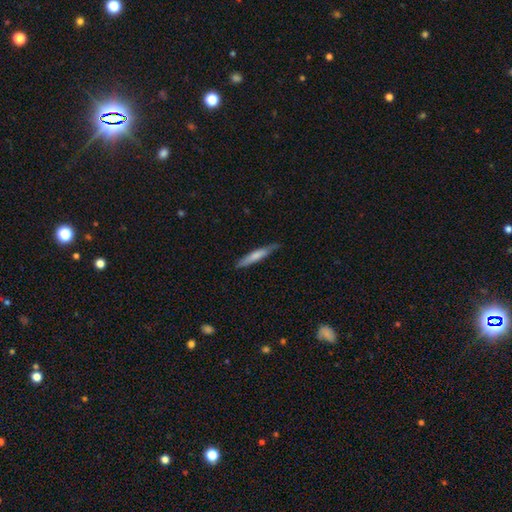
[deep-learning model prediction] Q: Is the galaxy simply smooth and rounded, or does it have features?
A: smooth — 66%.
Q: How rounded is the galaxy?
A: cigar-shaped — 92%.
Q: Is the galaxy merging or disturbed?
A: none — 79%.